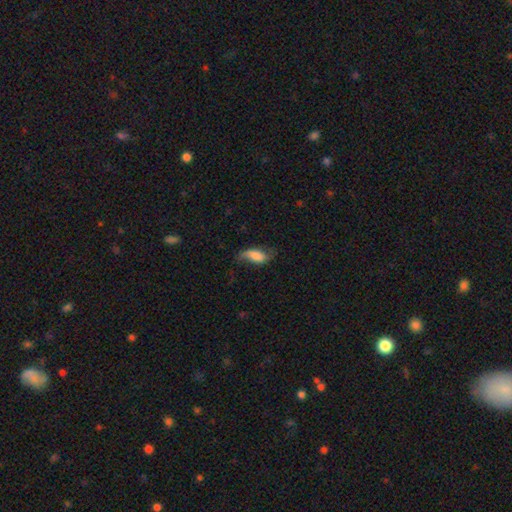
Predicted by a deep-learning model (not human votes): Q: Smooth or featured?
A: smooth (56%); runner-up: featured or disk (36%)
Q: How rounded?
A: in between (83%); runner-up: cigar-shaped (13%)
Q: Merging?
A: none (49%); runner-up: minor disturbance (29%)